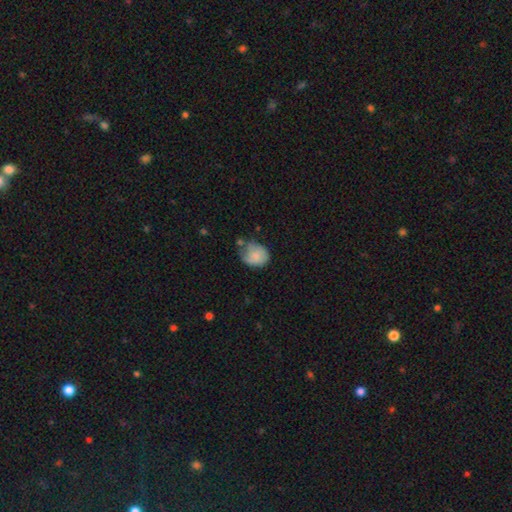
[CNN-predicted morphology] type=smooth (74%); roundness=round (59%); merging=none (42%).